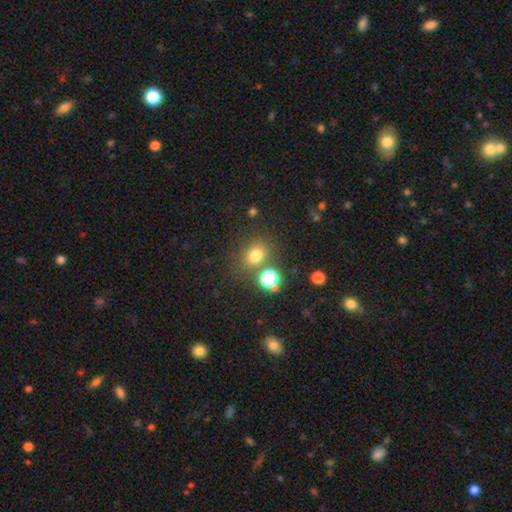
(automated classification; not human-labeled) smooth-or-featured: smooth: 72% | star or artifact: 20% | featured or disk: 7%
  how-rounded: round: 67% | in between: 32% | cigar-shaped: 1%
  merging: none: 72% | merger: 12% | minor disturbance: 11% | major disturbance: 5%